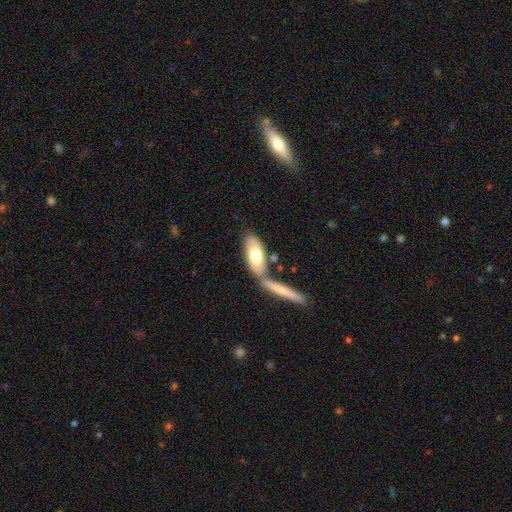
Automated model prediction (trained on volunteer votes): Q: Smooth or featured?
A: smooth (70%); runner-up: featured or disk (25%)
Q: How rounded?
A: in between (75%); runner-up: cigar-shaped (22%)
Q: Merging?
A: none (52%); runner-up: merger (32%)